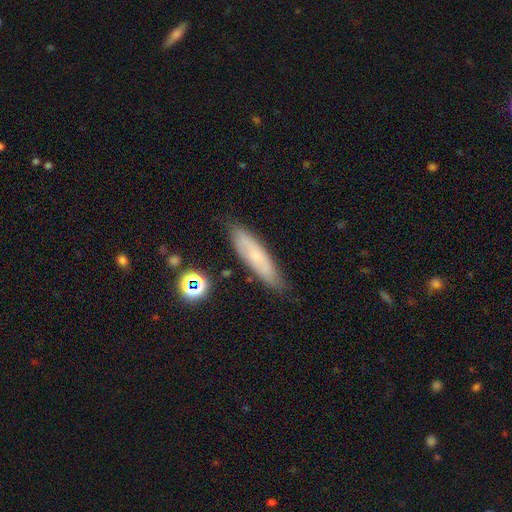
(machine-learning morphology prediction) A smooth galaxy with no disk features (52%) that is cigar-shaped (70%).

Vote fractions:
- Smooth or featured? smooth: 52% / featured or disk: 38% / star or artifact: 9%
- How rounded? cigar-shaped: 70% / in between: 28% / round: 2%
- Merging? none: 79% / minor disturbance: 16% / major disturbance: 3% / merger: 2%